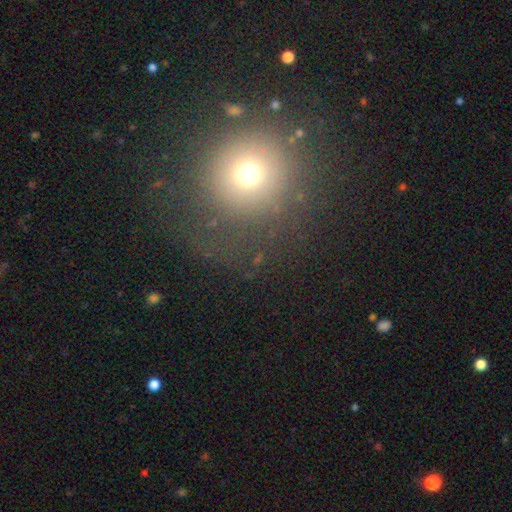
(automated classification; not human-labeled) A smooth galaxy with no disk features (64%) that is round (94%).

Vote fractions:
- Smooth or featured? smooth: 64% / star or artifact: 24% / featured or disk: 12%
- How rounded? round: 94% / in between: 5% / cigar-shaped: 1%
- Merging? none: 74% / minor disturbance: 12% / major disturbance: 11% / merger: 3%